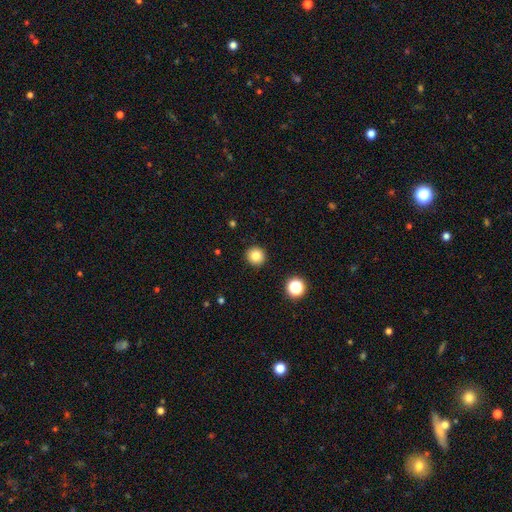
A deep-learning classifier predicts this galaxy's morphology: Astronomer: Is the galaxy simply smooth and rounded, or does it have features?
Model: smooth — 82%.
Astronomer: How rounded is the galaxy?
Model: round — 95%.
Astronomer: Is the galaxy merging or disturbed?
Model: none — 92%.